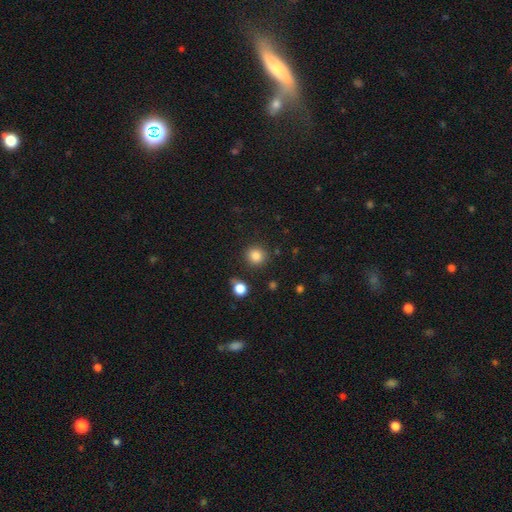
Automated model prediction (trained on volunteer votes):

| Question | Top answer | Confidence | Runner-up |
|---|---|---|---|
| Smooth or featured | smooth | 85% | star or artifact (11%) |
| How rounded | round | 90% | in between (9%) |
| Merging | none | 86% | minor disturbance (8%) |